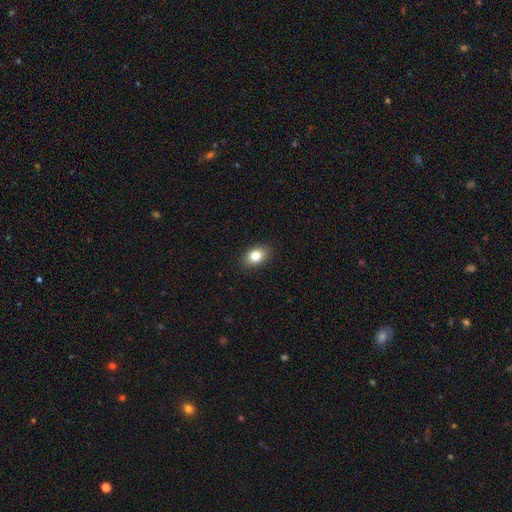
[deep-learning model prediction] smooth_or_featured: smooth (p=0.82) [alt: featured or disk p=0.09]
how_rounded: in between (p=0.75) [alt: round p=0.23]
merging: none (p=0.89) [alt: minor disturbance p=0.08]